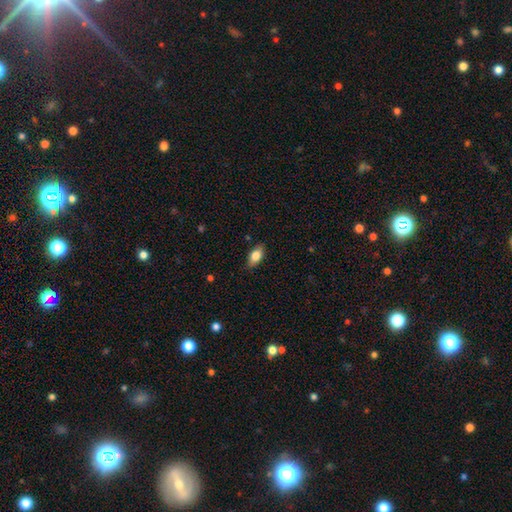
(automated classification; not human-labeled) A smooth galaxy with no disk features (79%) that is in between round and cigar-shaped (88%). Merging: none (83%).